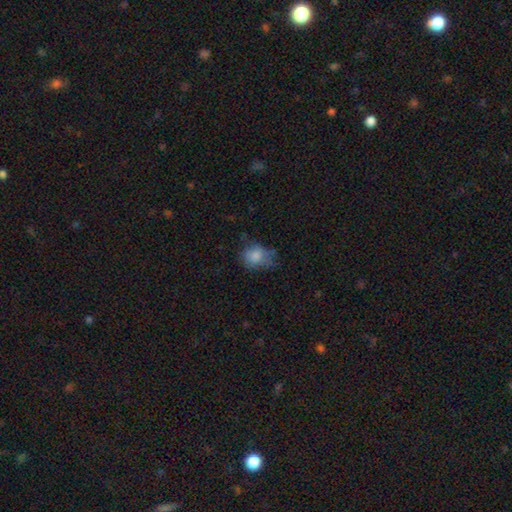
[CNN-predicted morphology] The model was most divided on "how rounded": round: 53%, in between: 46%, cigar-shaped: 1%. Remaining: smooth or featured — smooth (75%); merging — none (42%).